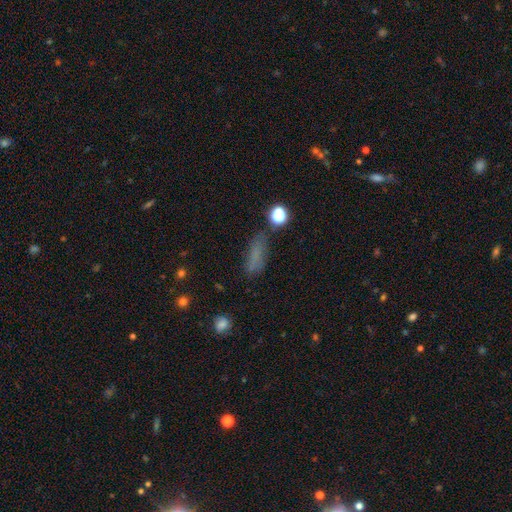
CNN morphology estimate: smooth-or-featured: smooth: 65% | star or artifact: 20% | featured or disk: 15%
  how-rounded: in between: 53% | cigar-shaped: 40% | round: 7%
  merging: none: 60% | minor disturbance: 23% | major disturbance: 12% | merger: 6%